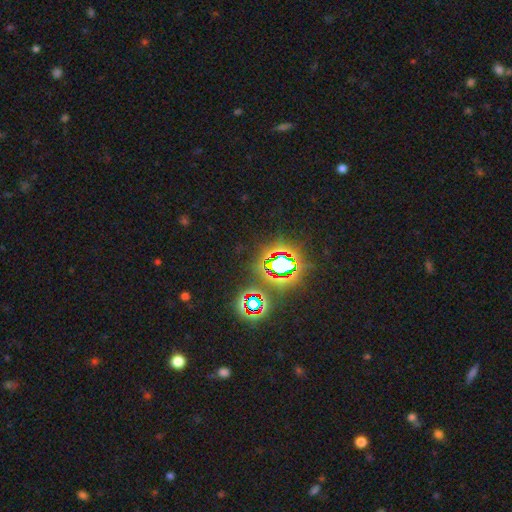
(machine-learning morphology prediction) Smooth or featured: star or artifact — 80% (smooth — 12%)